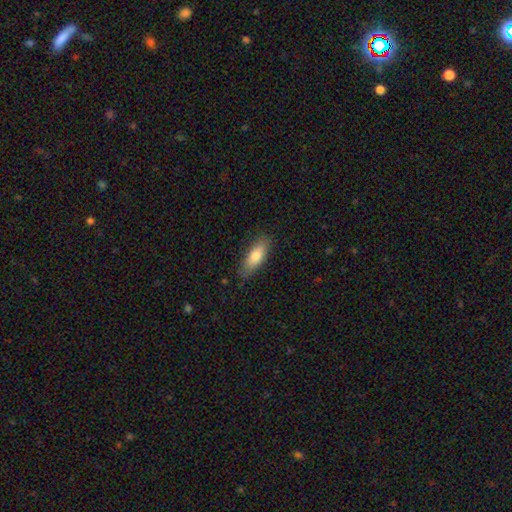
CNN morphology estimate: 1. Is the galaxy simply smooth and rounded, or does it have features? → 77% smooth, 16% featured or disk, 7% star or artifact.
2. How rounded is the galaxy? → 68% in between, 29% cigar-shaped, 2% round.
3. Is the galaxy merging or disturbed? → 82% none, 14% minor disturbance, 3% major disturbance, 1% merger.